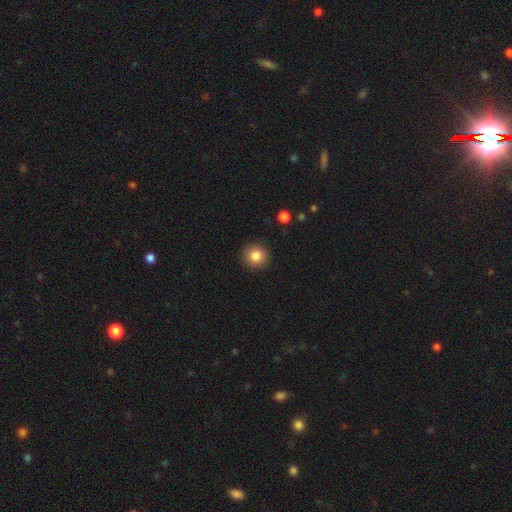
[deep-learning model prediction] Smooth or featured: smooth — 83% (star or artifact — 10%)
How rounded: round — 93% (in between — 6%)
Merging: none — 91% (minor disturbance — 6%)